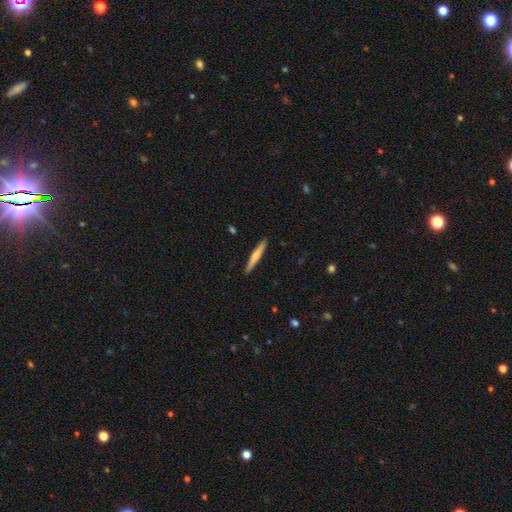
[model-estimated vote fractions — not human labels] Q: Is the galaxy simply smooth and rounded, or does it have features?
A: smooth — 60%.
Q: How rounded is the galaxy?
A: cigar-shaped — 95%.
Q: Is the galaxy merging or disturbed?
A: none — 91%.